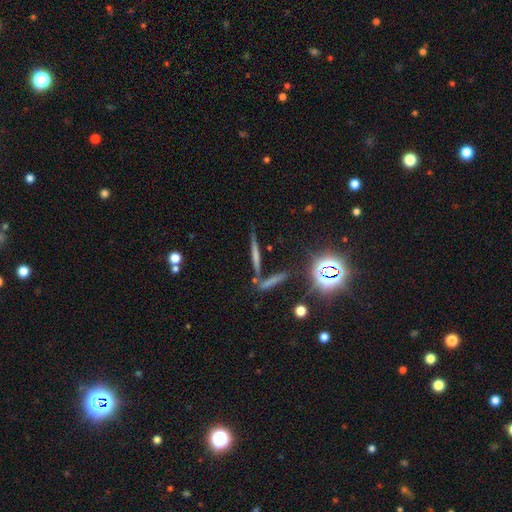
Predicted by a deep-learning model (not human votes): A featured or disk galaxy (40%).

Vote fractions:
- Smooth or featured? featured or disk: 40% / smooth: 34% / star or artifact: 26%
- Merging? none: 78% / merger: 10% / minor disturbance: 9% / major disturbance: 3%